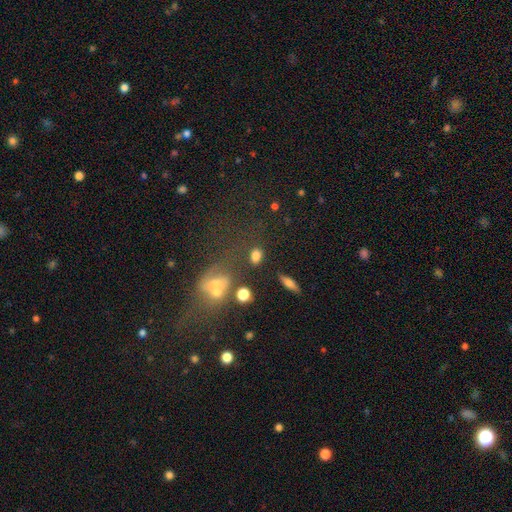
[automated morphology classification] type=smooth (77%); roundness=in between (68%); merging=none (66%).